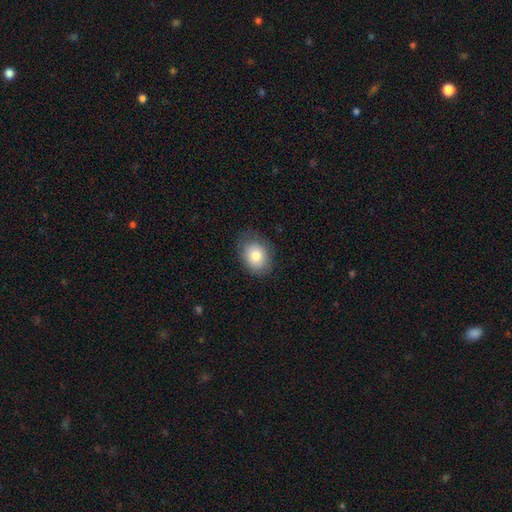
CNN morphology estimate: Smooth or featured: smooth — 79% (featured or disk — 13%)
How rounded: in between — 59% (round — 40%)
Merging: none — 77% (minor disturbance — 18%)